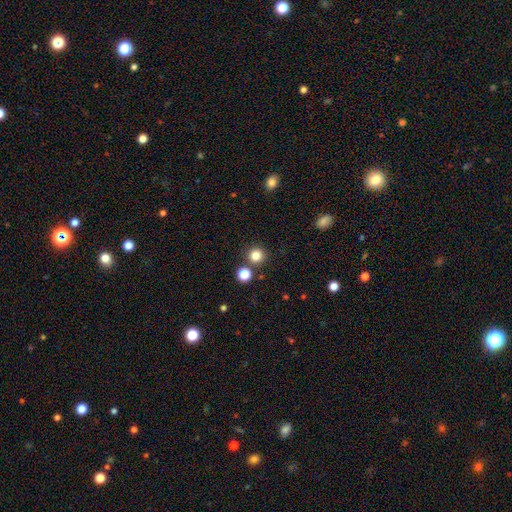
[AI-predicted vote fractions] smooth 82%, star or artifact 13%, featured or disk 5%. Down the decision tree: how rounded — round (94%); merging — none (84%).